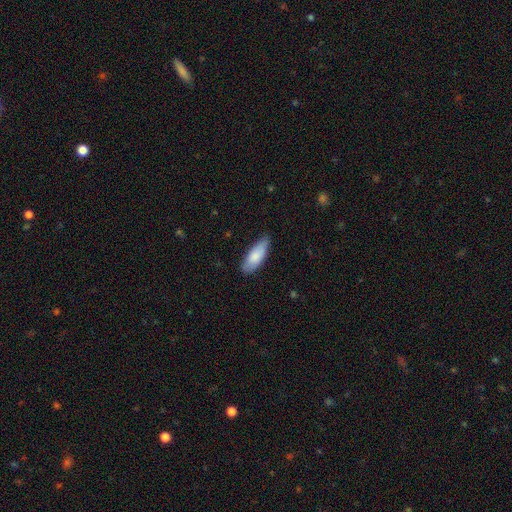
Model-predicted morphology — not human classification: A smooth galaxy with no disk features (84%) that is in between round and cigar-shaped (70%). Merging: none (77%).